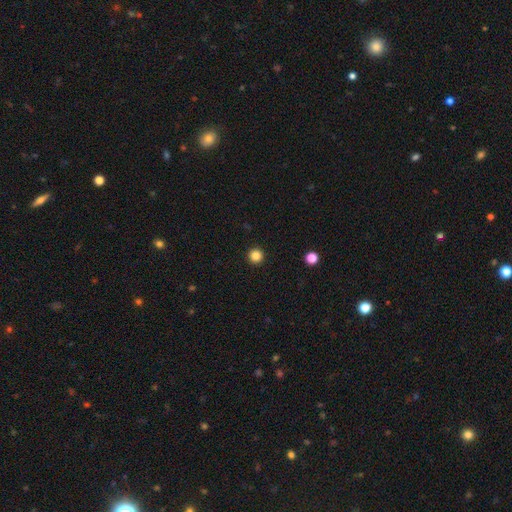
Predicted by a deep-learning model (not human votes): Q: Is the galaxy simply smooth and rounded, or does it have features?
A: smooth — 84%.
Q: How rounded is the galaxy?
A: round — 97%.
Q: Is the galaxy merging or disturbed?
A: none — 94%.